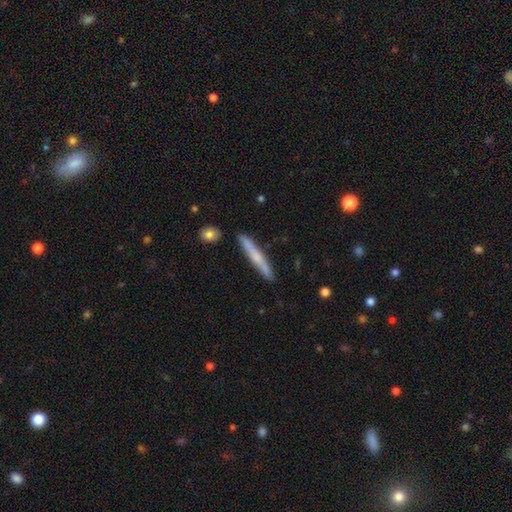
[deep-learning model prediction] Q: Smooth or featured?
A: smooth (52%); runner-up: featured or disk (42%)
Q: How rounded?
A: cigar-shaped (95%); runner-up: in between (3%)
Q: Merging?
A: none (87%); runner-up: minor disturbance (9%)